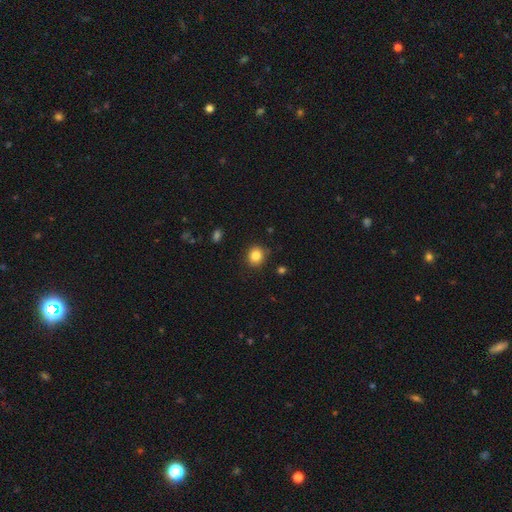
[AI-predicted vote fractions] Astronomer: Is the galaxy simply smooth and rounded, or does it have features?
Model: smooth — 84%.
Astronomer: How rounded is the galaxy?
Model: round — 84%.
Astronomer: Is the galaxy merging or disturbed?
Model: none — 87%.